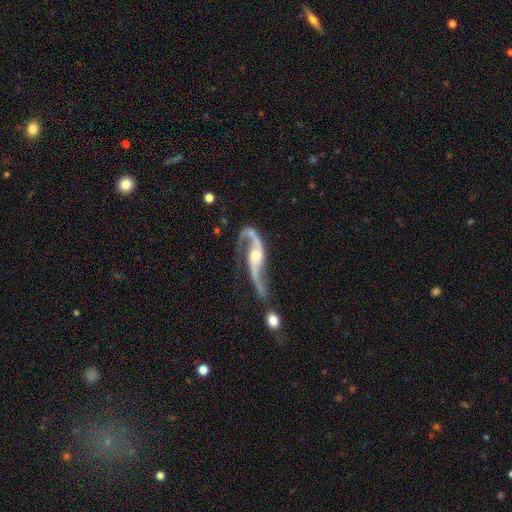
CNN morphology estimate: This is clearly a featured or disk galaxy (90%). It is clearly not viewed edge-on (92%). Bar: possibly no (52%). Spiral arm pattern: clearly yes (96%). Spiral arm count: clearly 2 (91%). Spiral winding: likely loose (78%). Central bulge: possibly moderate (53%). Merging: possibly none (45%).